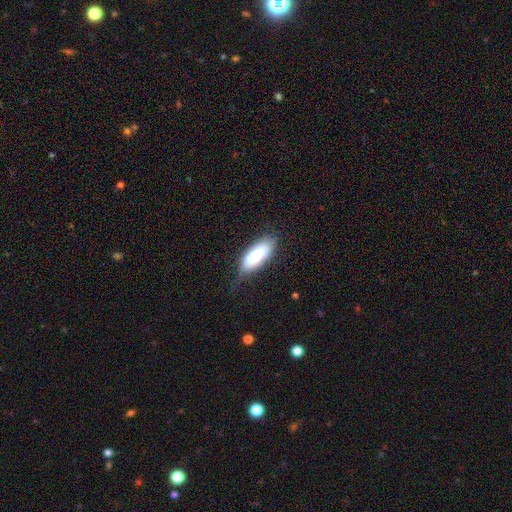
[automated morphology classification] Q: Smooth or featured?
A: smooth (76%); runner-up: featured or disk (17%)
Q: How rounded?
A: in between (77%); runner-up: cigar-shaped (21%)
Q: Merging?
A: none (51%); runner-up: minor disturbance (35%)